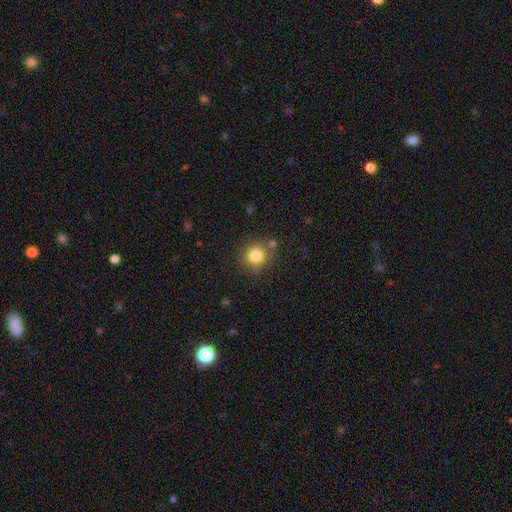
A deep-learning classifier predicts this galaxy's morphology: Overall: smooth (81%). How rounded: round (90%). Merging: none (79%).